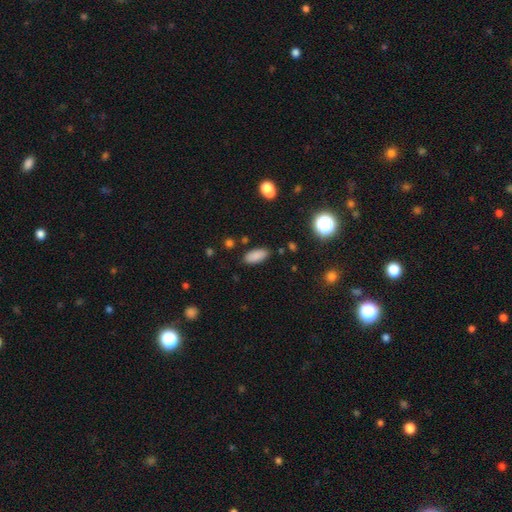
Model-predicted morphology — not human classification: Smooth or featured?
  - smooth: 86% *
  - star or artifact: 10%
  - featured or disk: 5%
How rounded?
  - in between: 87% *
  - cigar-shaped: 10%
  - round: 2%
Merging?
  - none: 87% *
  - minor disturbance: 9%
  - major disturbance: 3%
  - merger: 2%